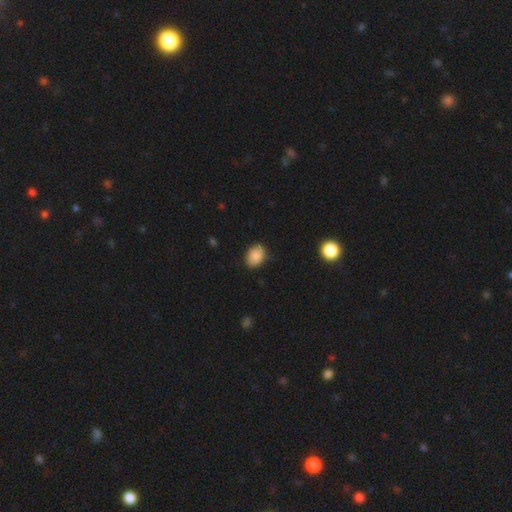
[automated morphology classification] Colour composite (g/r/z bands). It shows a smooth galaxy with no disk features (88%) that is in between round and cigar-shaped (75%). Merging: none (85%).